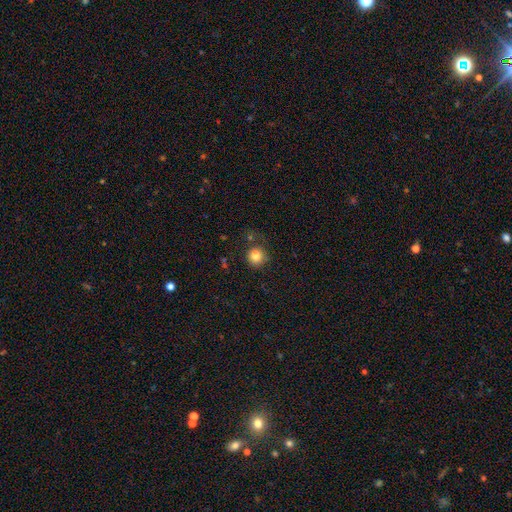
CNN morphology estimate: Smooth or featured: smooth — 83% (star or artifact — 11%)
How rounded: round — 90% (in between — 9%)
Merging: none — 69% (minor disturbance — 17%)